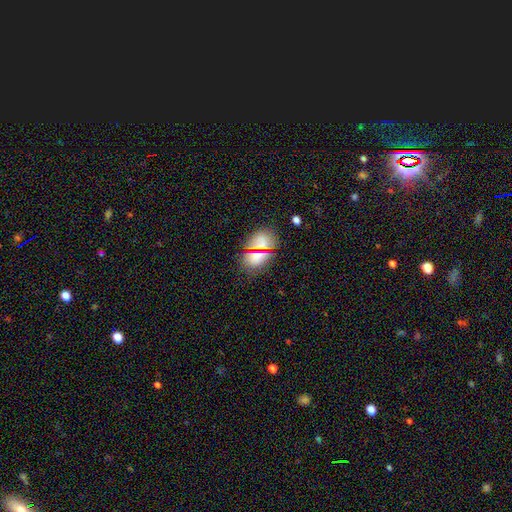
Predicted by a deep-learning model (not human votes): A smooth galaxy with no disk features (67%) that is in between round and cigar-shaped (65%). Merging: none (70%).